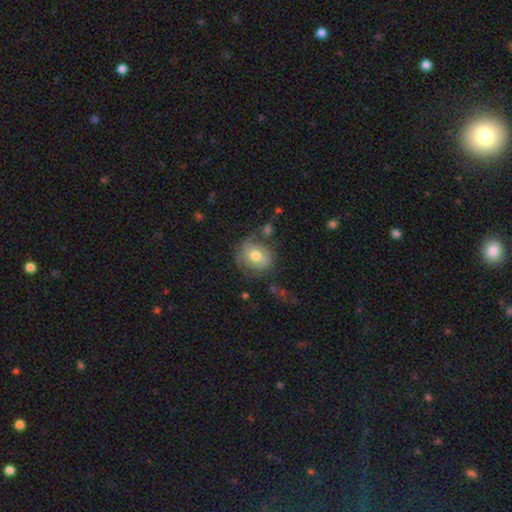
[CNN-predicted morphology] type=smooth (56%); roundness=round (69%); merging=none (54%).